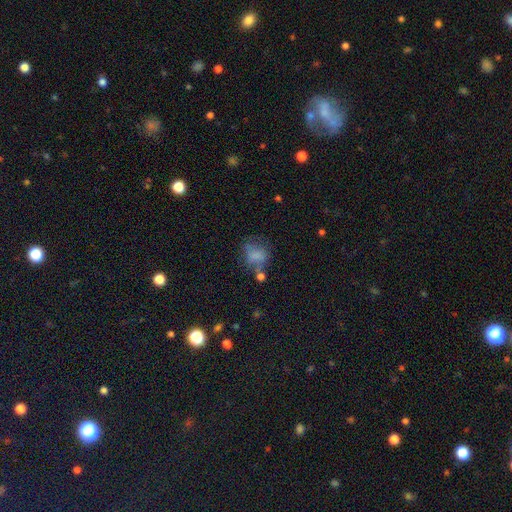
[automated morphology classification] Overall: smooth (66%). How rounded: in between (51%; round 48%). Merging: none (39%; minor disturbance 24%).